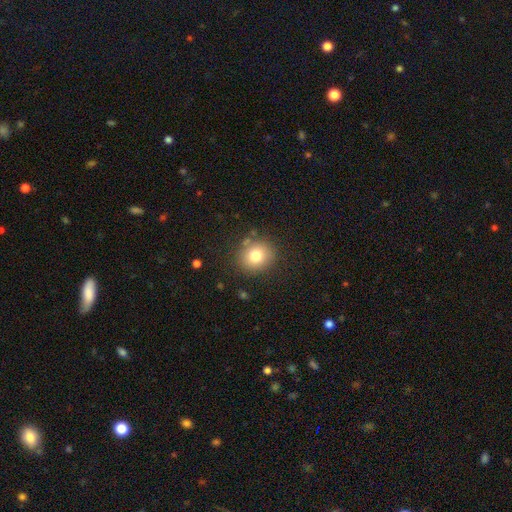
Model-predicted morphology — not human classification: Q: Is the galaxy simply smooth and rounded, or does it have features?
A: smooth — 78%.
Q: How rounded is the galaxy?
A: round — 79%.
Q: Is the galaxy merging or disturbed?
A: none — 83%.